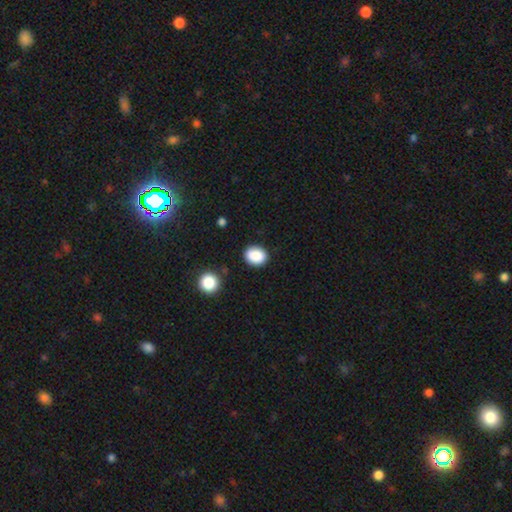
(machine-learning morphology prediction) Overall: smooth (87%). How rounded: round (55%; in between 44%). Merging: none (85%).